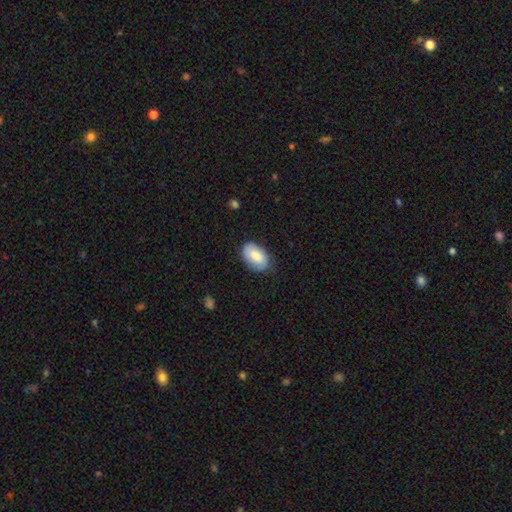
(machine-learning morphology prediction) This appears to be a smooth galaxy with no disk features (79%) that is in between round and cigar-shaped (93%). Merging: none (75%).